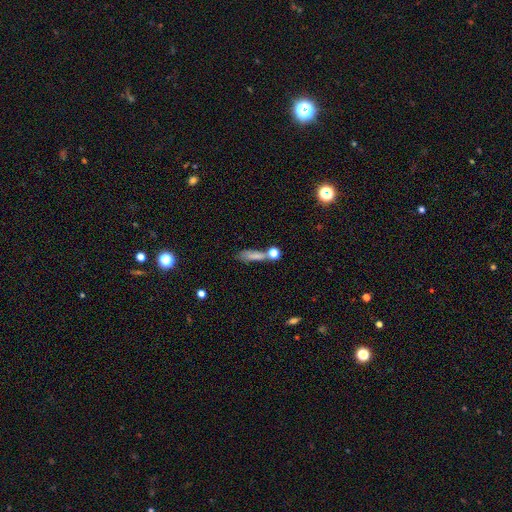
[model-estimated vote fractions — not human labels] The model was most divided on "how rounded": cigar-shaped: 55%, in between: 35%, round: 10%. Remaining: smooth or featured — smooth (71%); merging — none (48%).